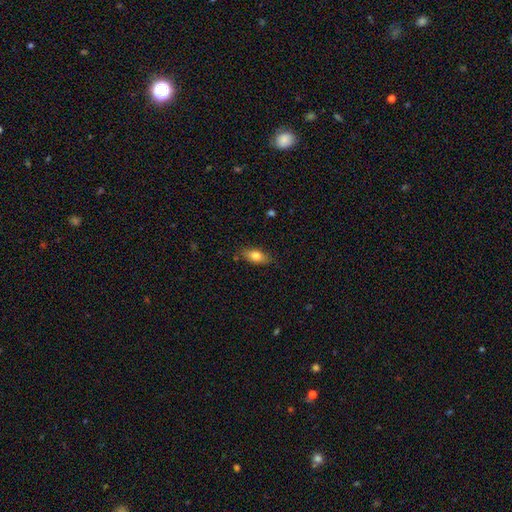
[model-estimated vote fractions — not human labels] Smooth or featured? smooth (78%)
How rounded? in between (84%)
Merging? none (83%)